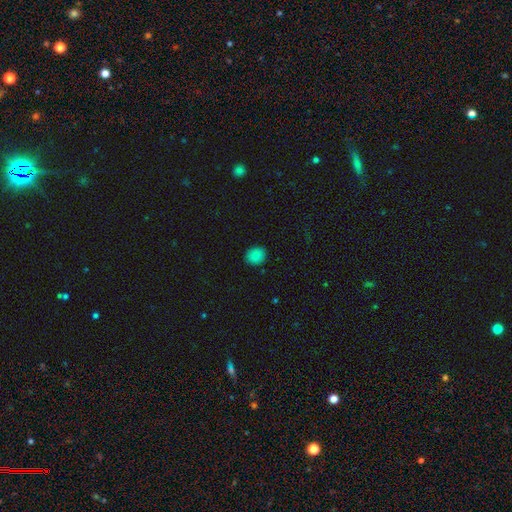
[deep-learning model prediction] Smooth or featured? smooth (84%)
How rounded? round (76%)
Merging? none (89%)